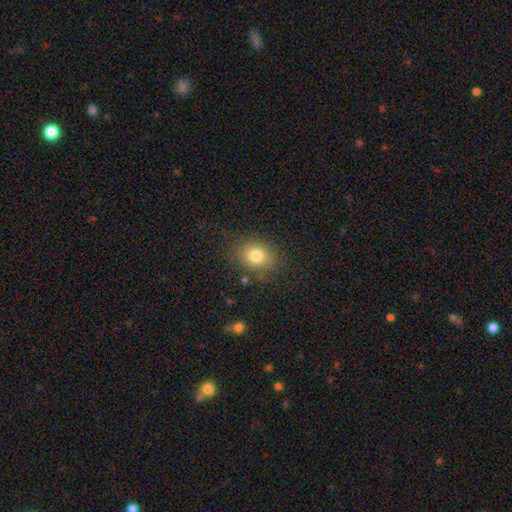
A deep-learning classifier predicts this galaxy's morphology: Smooth or featured?
  - smooth: 79% *
  - star or artifact: 11%
  - featured or disk: 10%
How rounded?
  - in between: 51% *
  - round: 48%
  - cigar-shaped: 1%
Merging?
  - none: 82% *
  - minor disturbance: 12%
  - major disturbance: 4%
  - merger: 2%